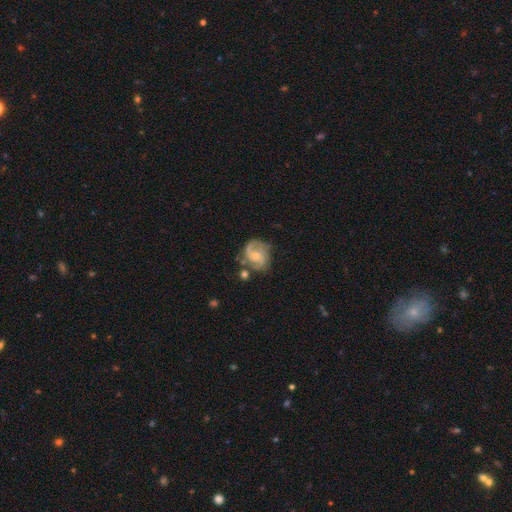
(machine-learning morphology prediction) type=featured or disk (76%); edge-on=no (98%); bar=no (65%); spiral arms=yes (92%); winding=medium (44%); arm count=2 (60%); bulge=small (57%); merging=none (58%).